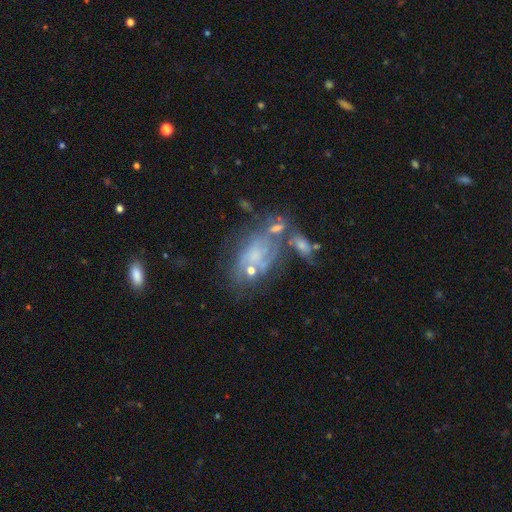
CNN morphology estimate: type=featured or disk (55%); edge-on=no (94%); bar=no (82%); spiral arms=no (60%); bulge=small (41%); merging=none (32%).